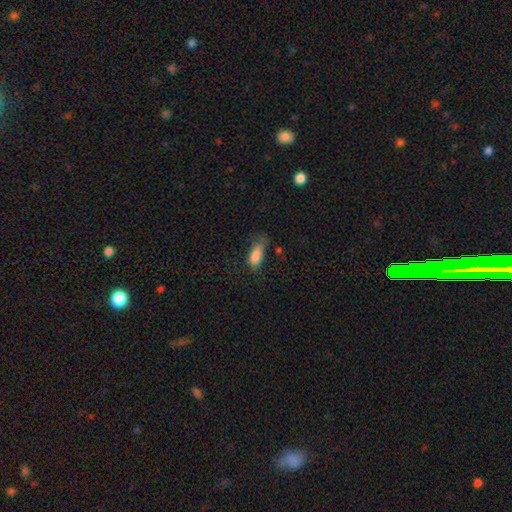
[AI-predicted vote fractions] smooth-or-featured: smooth: 83% | featured or disk: 9% | star or artifact: 8%
  how-rounded: in between: 81% | cigar-shaped: 16% | round: 3%
  merging: none: 45% | minor disturbance: 33% | major disturbance: 18% | merger: 3%